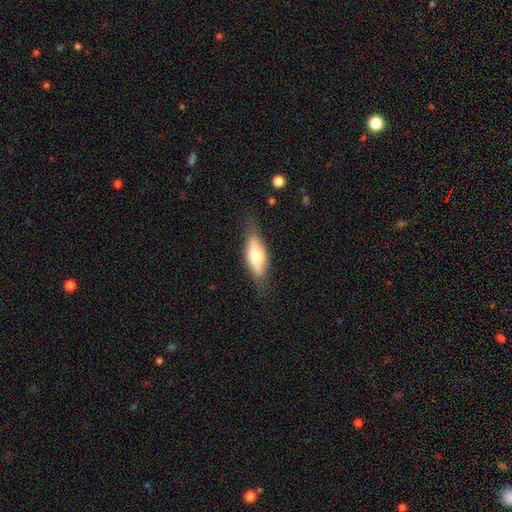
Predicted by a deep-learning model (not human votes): smooth-or-featured: smooth: 57% | featured or disk: 36% | star or artifact: 6%
  how-rounded: in between: 69% | cigar-shaped: 28% | round: 3%
  merging: none: 74% | minor disturbance: 20% | major disturbance: 5% | merger: 1%